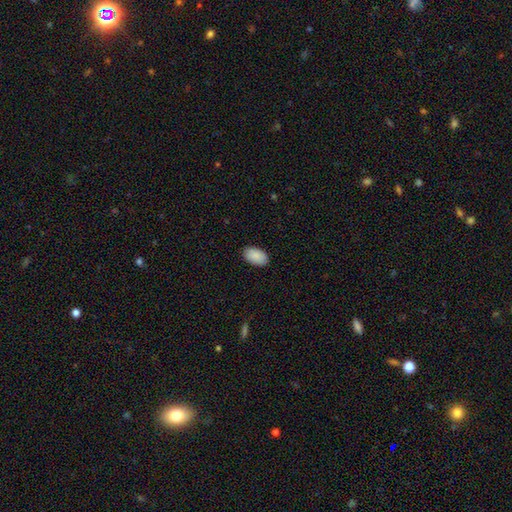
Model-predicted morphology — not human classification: smooth-or-featured: smooth: 90% | star or artifact: 6% | featured or disk: 4%
  how-rounded: in between: 94% | round: 5% | cigar-shaped: 1%
  merging: none: 89% | minor disturbance: 8% | major disturbance: 2% | merger: 1%